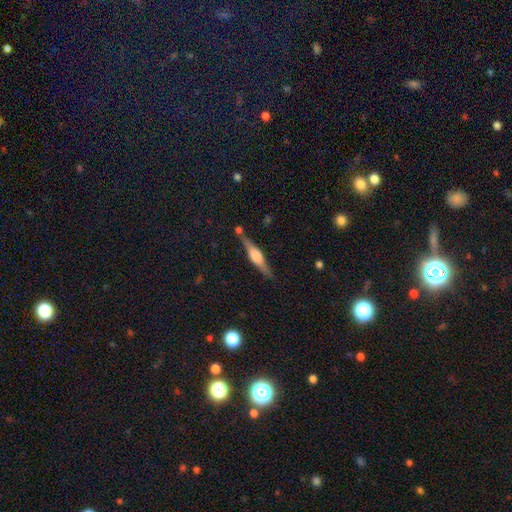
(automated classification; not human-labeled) Morphology: type=featured or disk (69%); edge-on=yes (97%); edge-on bulge=rounded (78%); merging=none (81%).